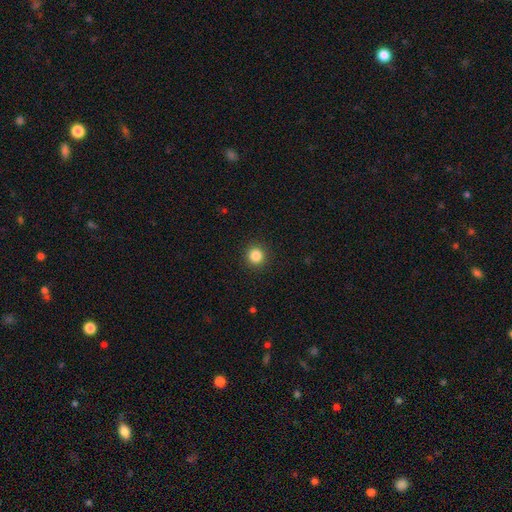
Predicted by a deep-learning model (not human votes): Smooth or featured? Predicted: smooth (p=0.85). How rounded? Predicted: round (p=0.94). Merging? Predicted: none (p=0.92).